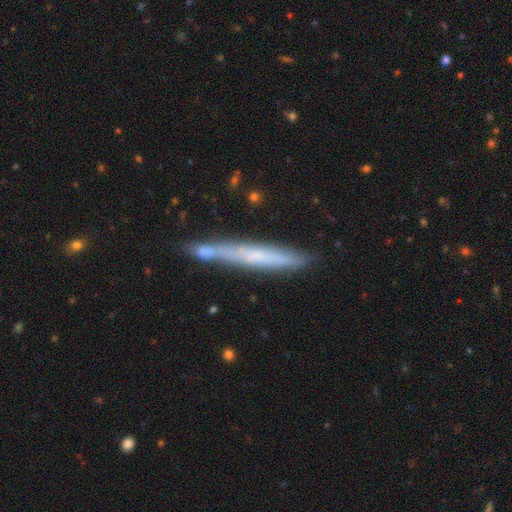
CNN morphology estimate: A featured or disk galaxy (50%) viewed edge-on (89%). Merging: none (69%).